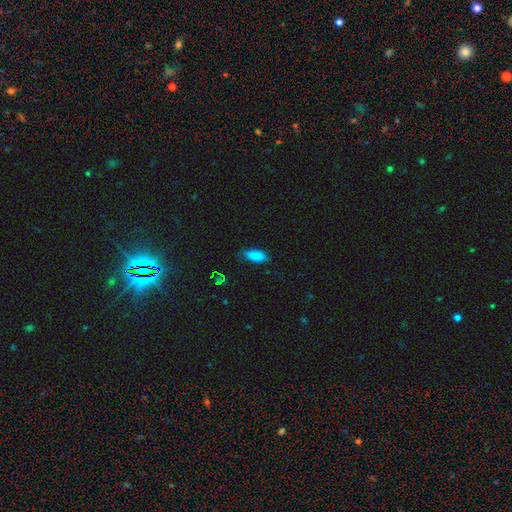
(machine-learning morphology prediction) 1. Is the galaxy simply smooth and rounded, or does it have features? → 83% smooth, 10% star or artifact, 7% featured or disk.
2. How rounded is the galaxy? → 75% in between, 22% cigar-shaped, 2% round.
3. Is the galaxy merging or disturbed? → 72% none, 22% minor disturbance, 5% major disturbance, 2% merger.